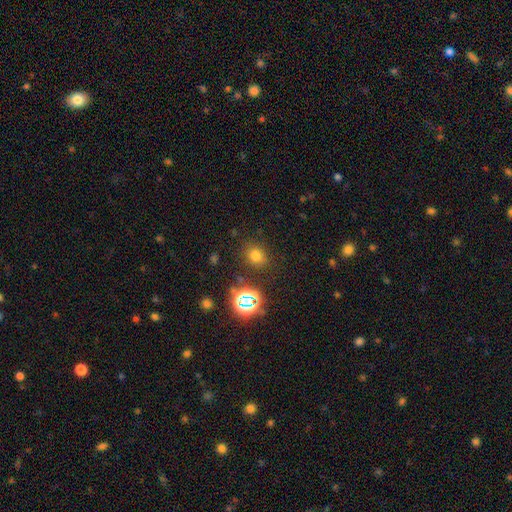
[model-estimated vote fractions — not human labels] Smooth or featured? Predicted: smooth (p=0.69). How rounded? Predicted: round (p=0.69). Merging? Predicted: none (p=0.83).